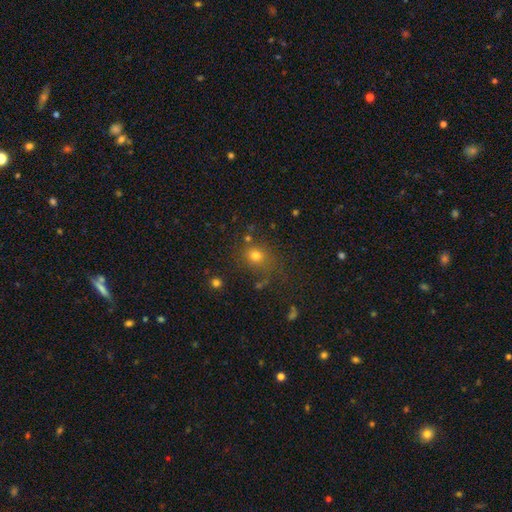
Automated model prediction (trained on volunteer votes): A smooth galaxy with no disk features (73%) that is round (73%). Merging: none (71%).